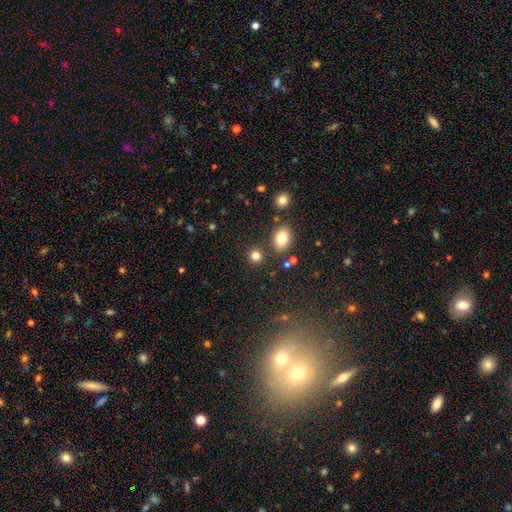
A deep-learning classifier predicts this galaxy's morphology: smooth 81%, star or artifact 13%, featured or disk 6%. Down the decision tree: how rounded — round (78%); merging — none (80%).